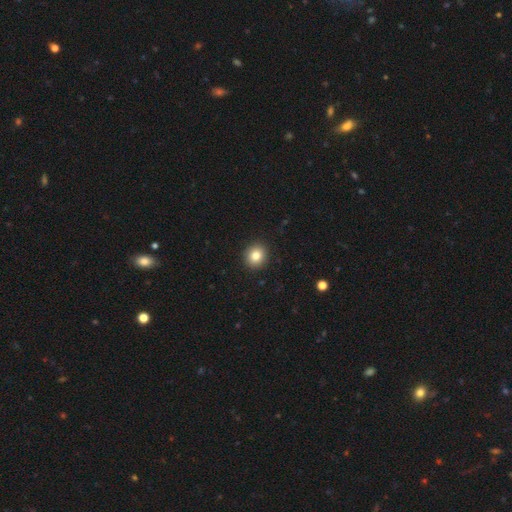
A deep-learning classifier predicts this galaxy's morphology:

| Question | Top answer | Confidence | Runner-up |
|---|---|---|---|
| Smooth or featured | smooth | 82% | star or artifact (10%) |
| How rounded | round | 85% | in between (14%) |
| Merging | none | 92% | minor disturbance (5%) |